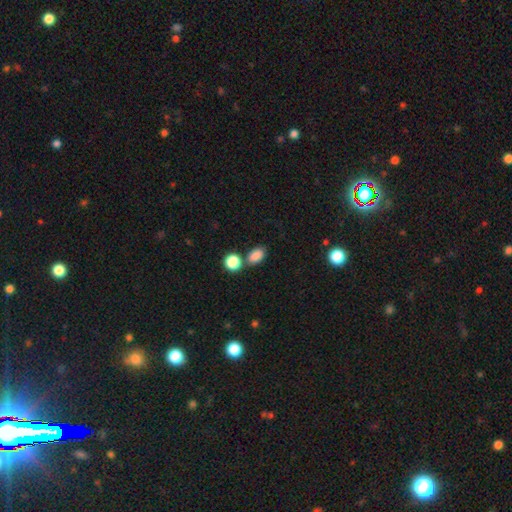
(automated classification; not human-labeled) This appears to be a smooth galaxy with no disk features (85%) that is in between round and cigar-shaped (82%). Merging: none (64%).